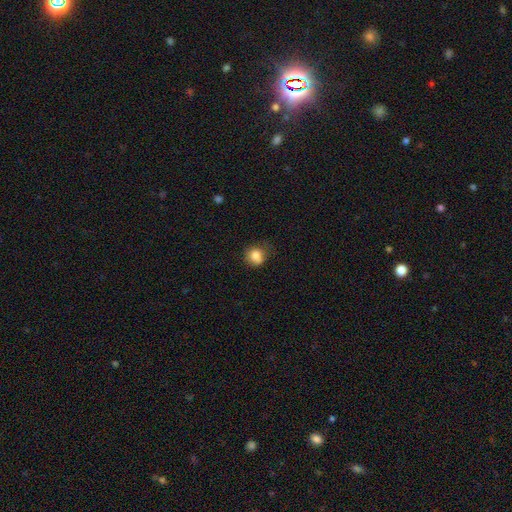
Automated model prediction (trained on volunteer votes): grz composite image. It shows a smooth galaxy with no disk features (83%) that is round (73%). Merging: none (59%).